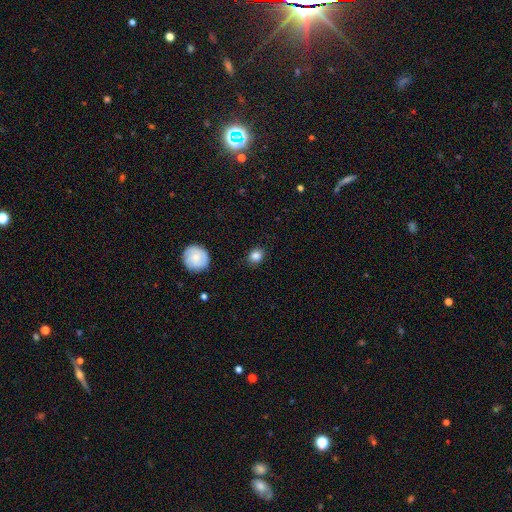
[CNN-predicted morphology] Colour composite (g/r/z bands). It shows a smooth galaxy with no disk features (85%) that is round (66%). Merging: none (85%).